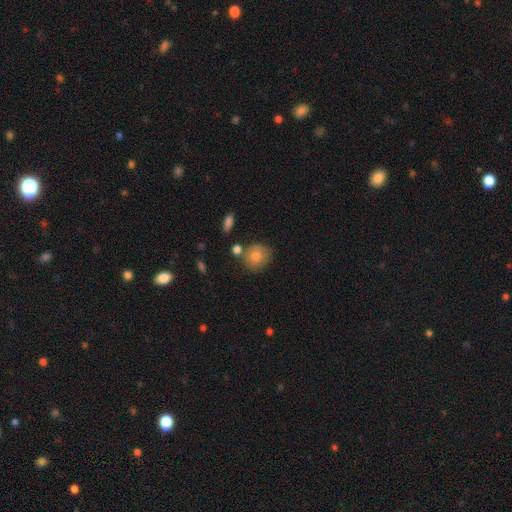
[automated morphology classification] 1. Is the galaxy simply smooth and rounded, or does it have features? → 80% smooth, 12% featured or disk, 8% star or artifact.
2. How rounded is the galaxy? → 81% round, 18% in between, 1% cigar-shaped.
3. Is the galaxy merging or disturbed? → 71% none, 14% minor disturbance, 10% merger, 4% major disturbance.